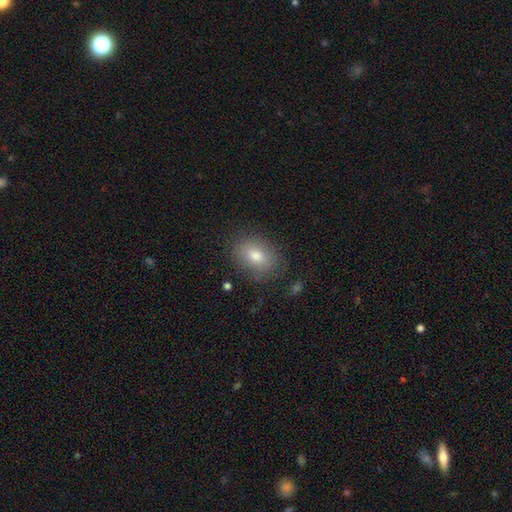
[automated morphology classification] Smooth or featured? Predicted: smooth (p=0.79). How rounded? Predicted: in between (p=0.74). Merging? Predicted: none (p=0.82).